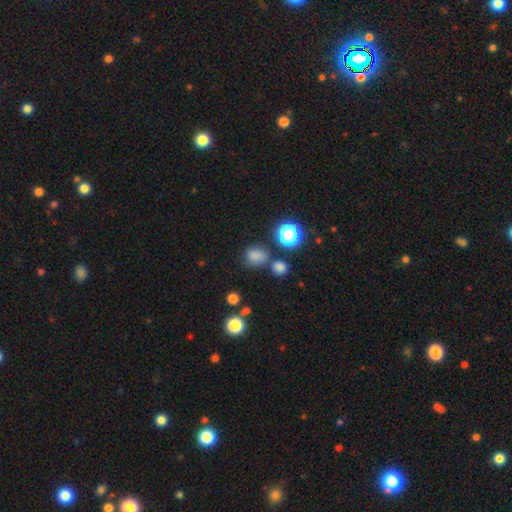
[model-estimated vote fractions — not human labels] Morphology: type=smooth (75%); roundness=round (57%); merging=none (65%).